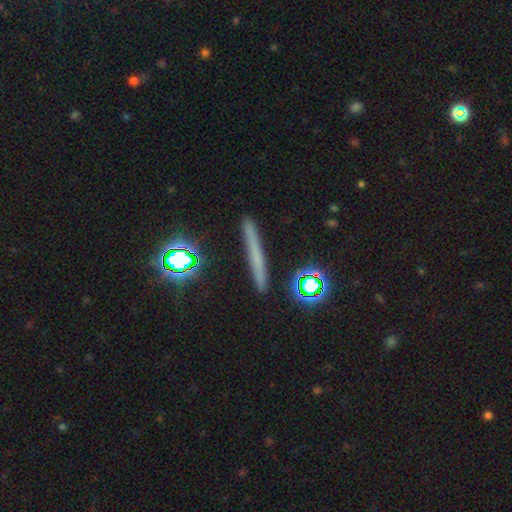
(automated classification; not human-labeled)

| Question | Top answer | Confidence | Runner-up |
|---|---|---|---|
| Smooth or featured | smooth | 48% | featured or disk (31%) |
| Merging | none | 90% | minor disturbance (6%) |